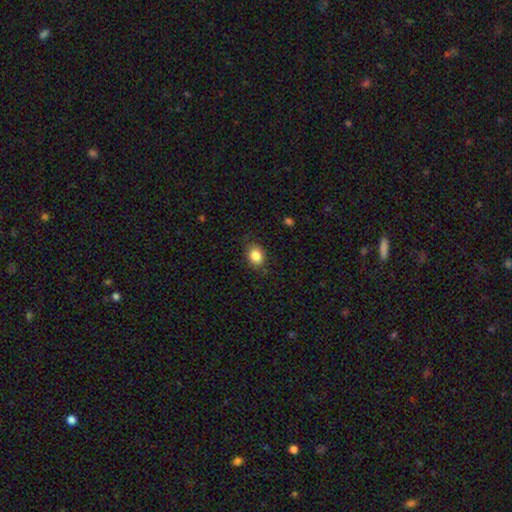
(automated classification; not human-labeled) This is clearly a smooth galaxy (85%). How rounded: possibly round (57%). Merging: clearly none (83%).